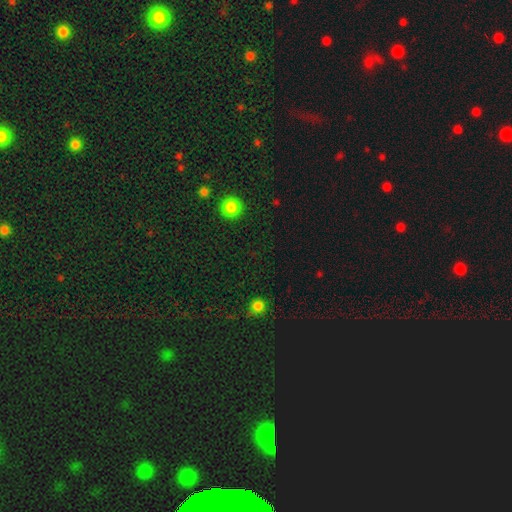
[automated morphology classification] Q: Smooth or featured?
A: star or artifact (62%); runner-up: smooth (32%)